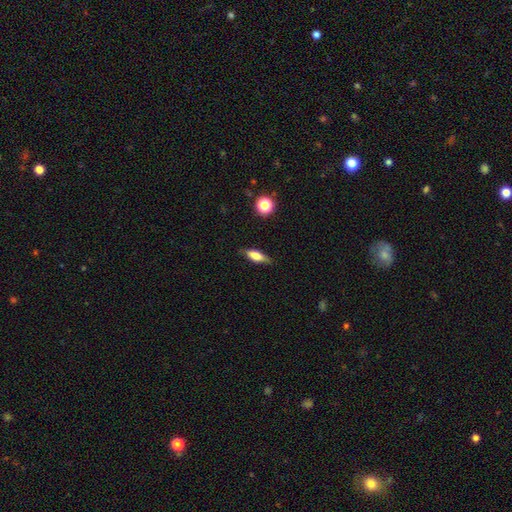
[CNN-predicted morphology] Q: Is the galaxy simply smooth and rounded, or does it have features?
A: smooth — 64%.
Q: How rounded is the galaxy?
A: in between — 60%.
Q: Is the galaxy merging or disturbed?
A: none — 80%.